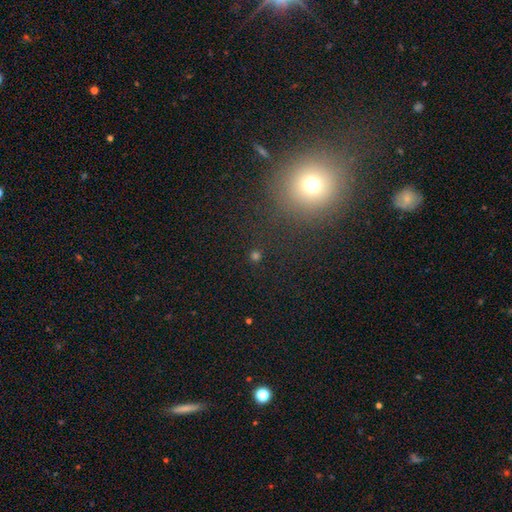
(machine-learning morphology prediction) The model was most divided on "smooth or featured": smooth: 55%, star or artifact: 38%, featured or disk: 8%. More confident: how rounded — round (87%); merging — none (83%).